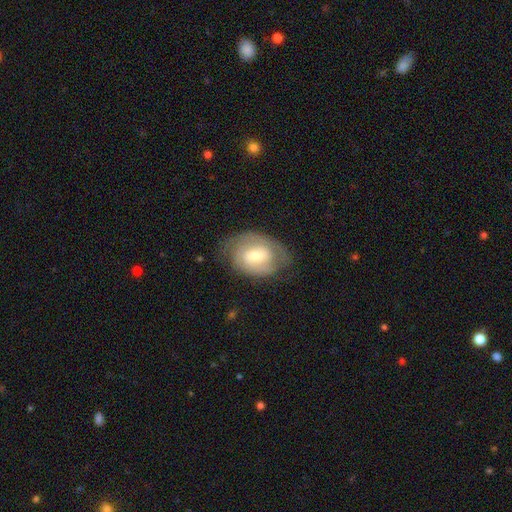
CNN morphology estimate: Overall: featured or disk (61%; smooth 33%). Edge-on disk: no (96%). Bar: weak (50%; no 37%). Spiral arms: yes (81%). Bulge size: moderate (54%; small 31%). Merging: none (63%; minor disturbance 24%).